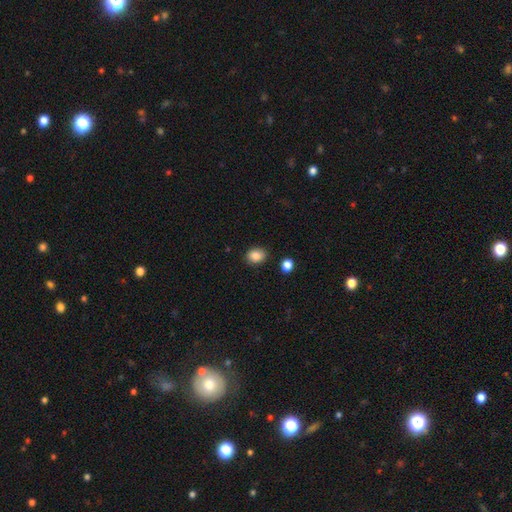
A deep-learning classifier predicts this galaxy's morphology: A smooth galaxy with no disk features (86%) that is in between round and cigar-shaped (52%).

Vote fractions:
- Smooth or featured? smooth: 86% / star or artifact: 9% / featured or disk: 5%
- How rounded? in between: 52% / round: 47% / cigar-shaped: 1%
- Merging? none: 86% / minor disturbance: 9% / merger: 3% / major disturbance: 2%